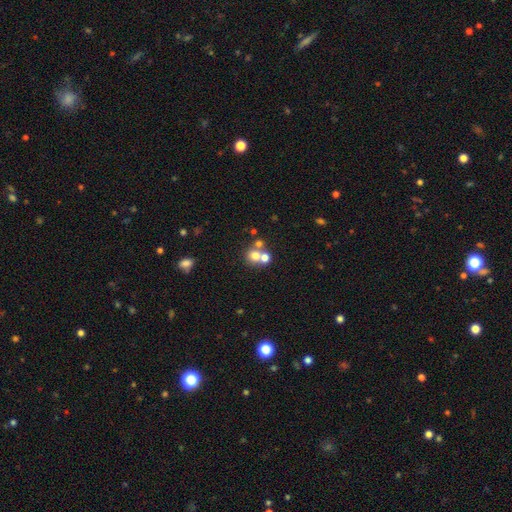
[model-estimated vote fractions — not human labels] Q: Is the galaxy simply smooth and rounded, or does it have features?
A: smooth — 67%.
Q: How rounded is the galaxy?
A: round — 83%.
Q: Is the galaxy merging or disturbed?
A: merger — 47%.